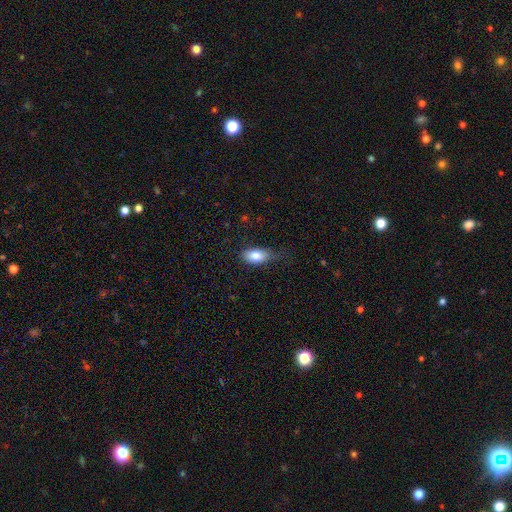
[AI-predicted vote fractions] This appears to be a smooth galaxy with no disk features (81%) that is in between round and cigar-shaped (89%). Merging: none (57%).